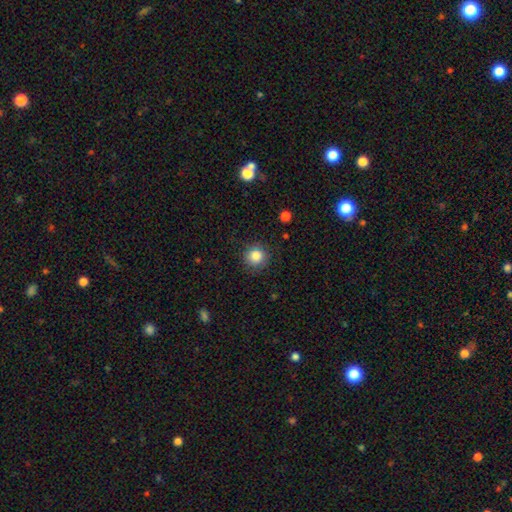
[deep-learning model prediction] The model was most divided on "smooth or featured": smooth: 85%, star or artifact: 10%, featured or disk: 5%. More confident: how rounded — round (93%); merging — none (86%).